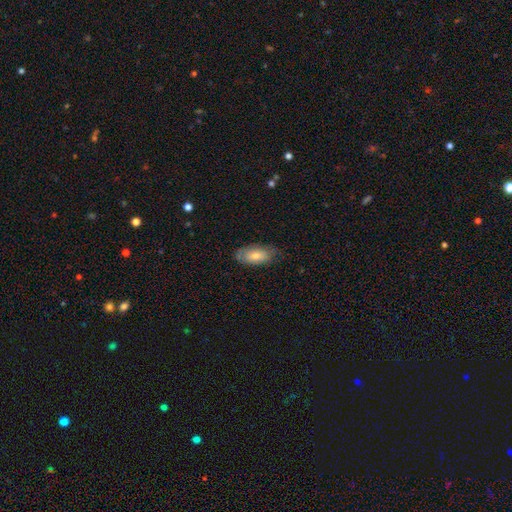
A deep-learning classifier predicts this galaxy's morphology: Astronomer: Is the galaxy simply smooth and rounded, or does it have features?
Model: smooth — 72%.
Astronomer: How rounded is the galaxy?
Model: in between — 91%.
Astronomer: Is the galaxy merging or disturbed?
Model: none — 72%.